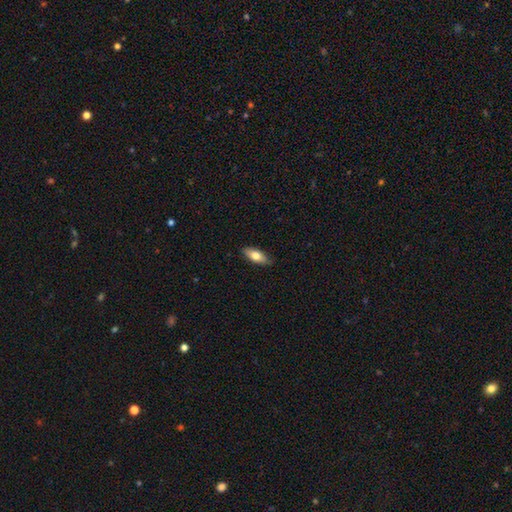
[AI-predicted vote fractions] Smooth or featured? smooth (73%)
How rounded? in between (78%)
Merging? none (86%)